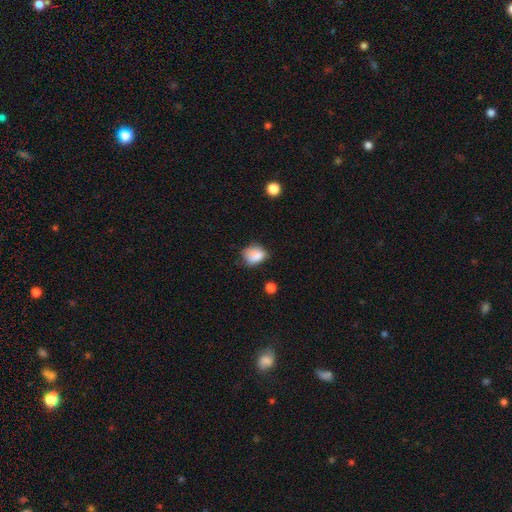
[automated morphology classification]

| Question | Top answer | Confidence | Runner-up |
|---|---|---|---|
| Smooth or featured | smooth | 84% | star or artifact (10%) |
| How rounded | in between | 53% | round (46%) |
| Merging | none | 56% | minor disturbance (33%) |